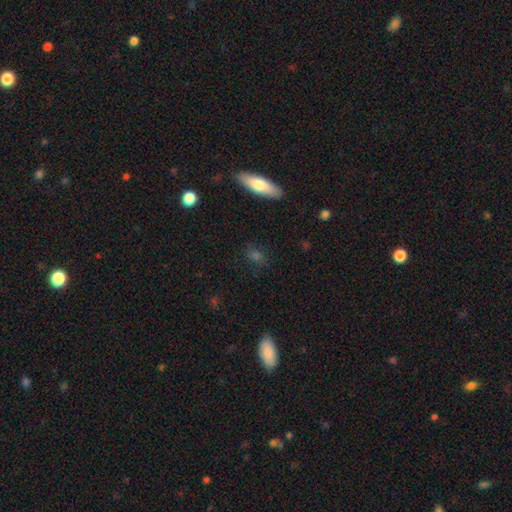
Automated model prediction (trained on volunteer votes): Smooth or featured? Predicted: smooth (p=0.66). How rounded? Predicted: in between (p=0.51). Merging? Predicted: none (p=0.80).